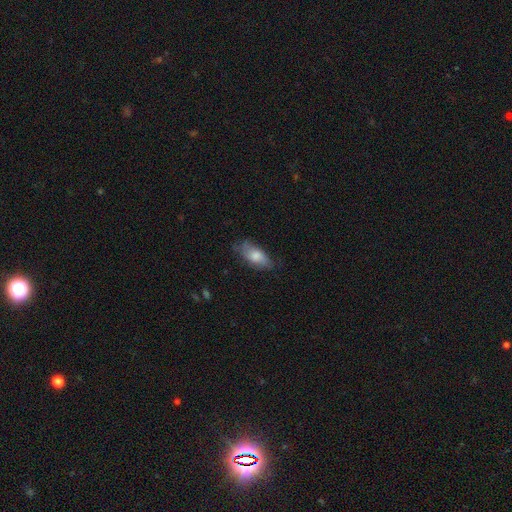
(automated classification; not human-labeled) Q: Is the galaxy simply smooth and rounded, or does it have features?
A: smooth — 72%.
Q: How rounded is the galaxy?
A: in between — 86%.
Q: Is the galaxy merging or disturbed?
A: none — 63%.